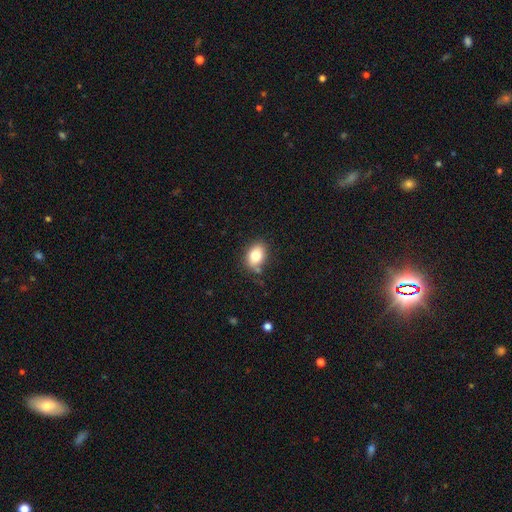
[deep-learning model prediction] The model was most divided on "how rounded": in between: 77%, round: 22%, cigar-shaped: 1%. More confident: smooth or featured — smooth (80%); merging — none (76%).